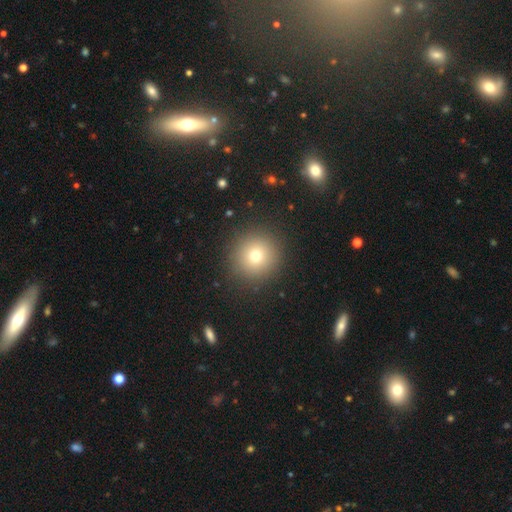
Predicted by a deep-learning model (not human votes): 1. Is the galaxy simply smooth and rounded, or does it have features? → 74% smooth, 15% star or artifact, 11% featured or disk.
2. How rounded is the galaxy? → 95% round, 4% in between, 1% cigar-shaped.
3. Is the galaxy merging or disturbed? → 91% none, 6% minor disturbance, 3% major disturbance, 1% merger.